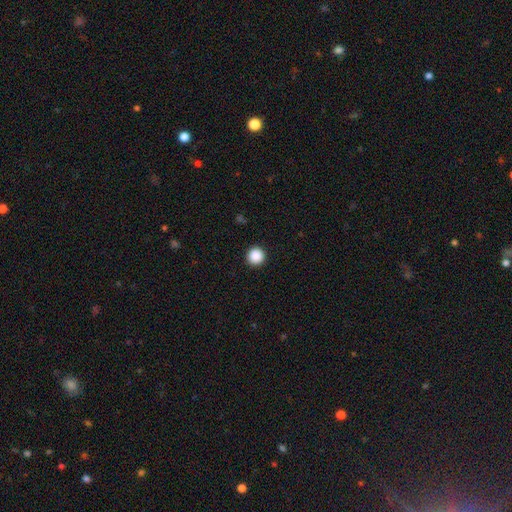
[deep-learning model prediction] Smooth or featured?
  - smooth: 88% *
  - star or artifact: 10%
  - featured or disk: 2%
How rounded?
  - round: 95% *
  - in between: 4%
  - cigar-shaped: 1%
Merging?
  - none: 93% *
  - minor disturbance: 5%
  - major disturbance: 2%
  - merger: 1%